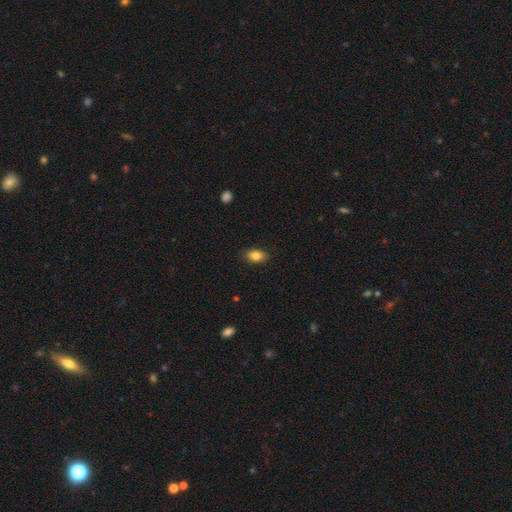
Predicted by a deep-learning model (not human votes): Smooth or featured: smooth — 84% (star or artifact — 8%)
How rounded: in between — 86% (round — 12%)
Merging: none — 87% (minor disturbance — 10%)